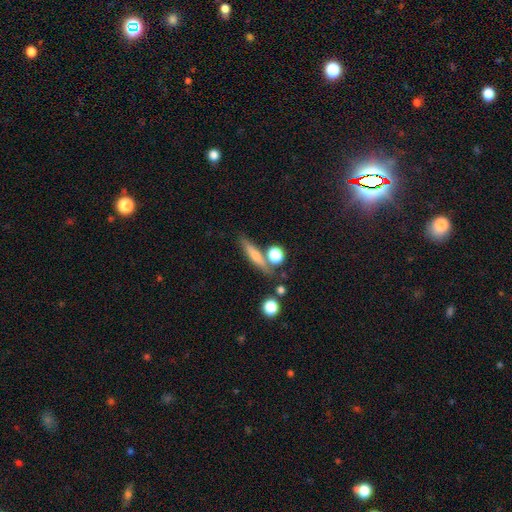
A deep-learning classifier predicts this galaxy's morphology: This appears to be a smooth galaxy with no disk features (58%) that is cigar-shaped (74%). Merging: none (72%).